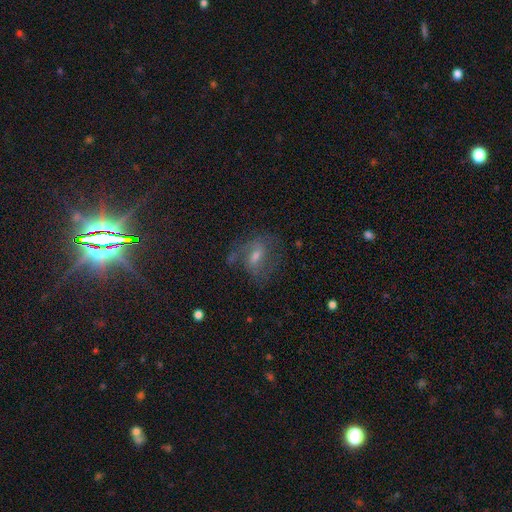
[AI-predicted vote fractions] smooth-or-featured: featured or disk: 55% | smooth: 27% | star or artifact: 18%
  disk-edge-on: no: 94% | yes: 6%
    bar: weak: 49% | no: 31% | strong: 20%
    has-spiral-arms: yes: 74% | no: 26%
    bulge-size: moderate: 47% | small: 41% | none: 6% | large: 5% | dominant: 1%
  merging: none: 54% | major disturbance: 21% | minor disturbance: 21% | merger: 4%